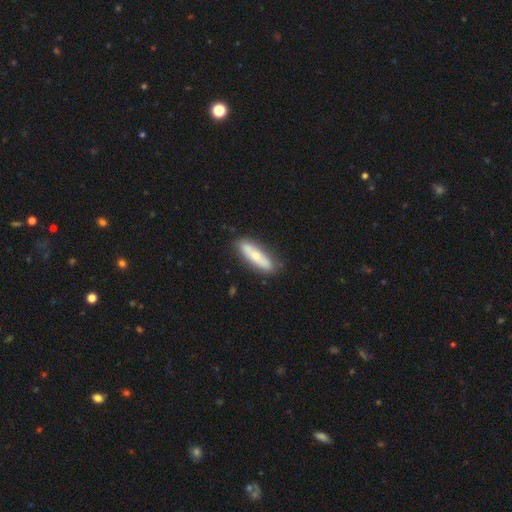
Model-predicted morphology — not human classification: A smooth galaxy with no disk features (55%) that is cigar-shaped (66%).

Vote fractions:
- Smooth or featured? smooth: 55% / featured or disk: 40% / star or artifact: 6%
- How rounded? cigar-shaped: 66% / in between: 32% / round: 2%
- Merging? none: 83% / minor disturbance: 12% / major disturbance: 3% / merger: 2%